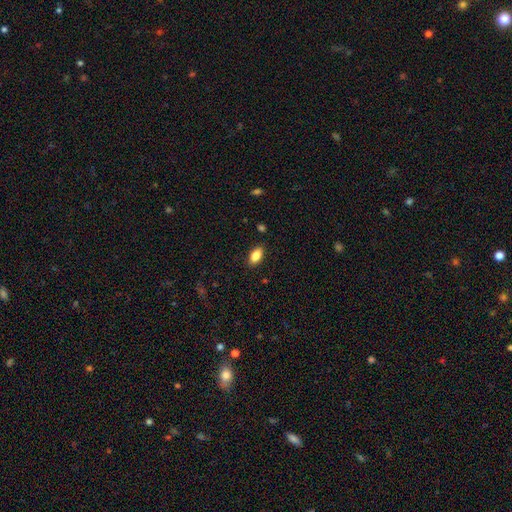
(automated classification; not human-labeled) smooth-or-featured: smooth: 85% | star or artifact: 8% | featured or disk: 7%
  how-rounded: in between: 91% | cigar-shaped: 5% | round: 4%
  merging: none: 88% | minor disturbance: 9% | major disturbance: 2% | merger: 1%